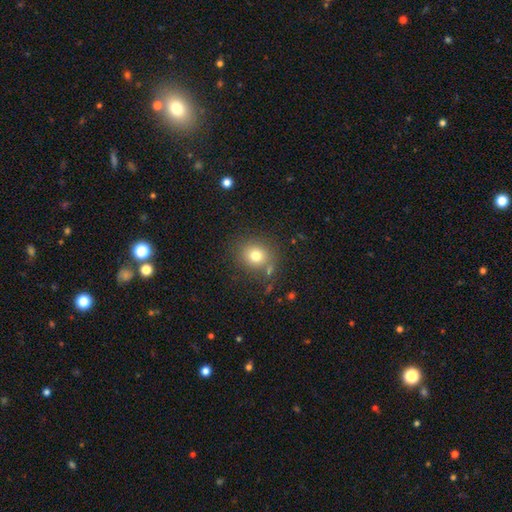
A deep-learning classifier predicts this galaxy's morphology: The model was most divided on "smooth or featured": smooth: 76%, star or artifact: 13%, featured or disk: 11%. More confident: how rounded — round (82%); merging — none (76%).